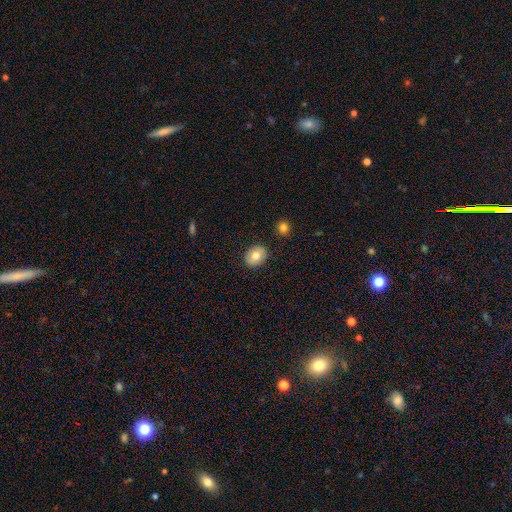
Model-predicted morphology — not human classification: This appears to be a smooth galaxy with no disk features (76%) that is round (55%). Merging: none (87%).